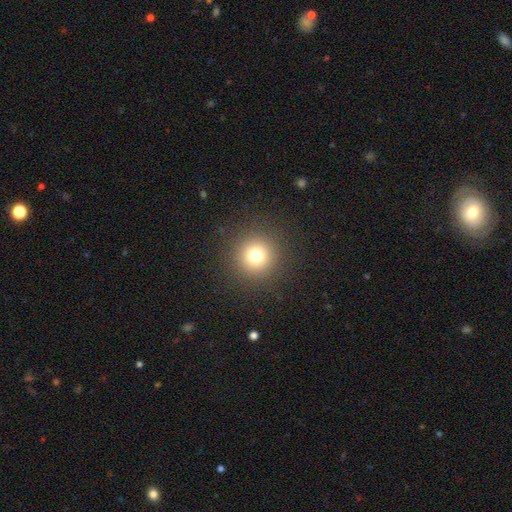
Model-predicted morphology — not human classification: This appears to be a smooth galaxy with no disk features (75%) that is round (96%). Merging: none (91%).